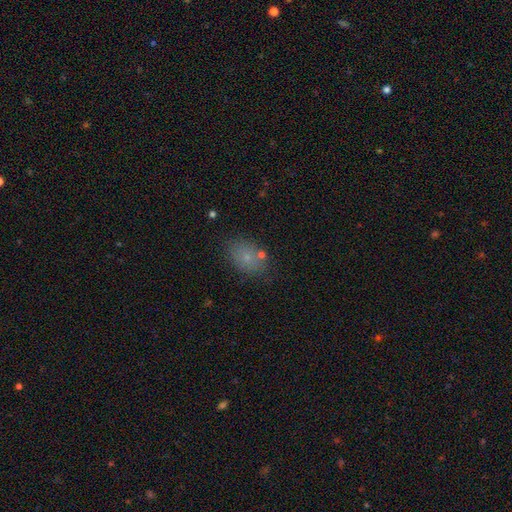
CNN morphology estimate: This appears to be a smooth galaxy with no disk features (71%) that is in between round and cigar-shaped (73%). Merging: none (74%).